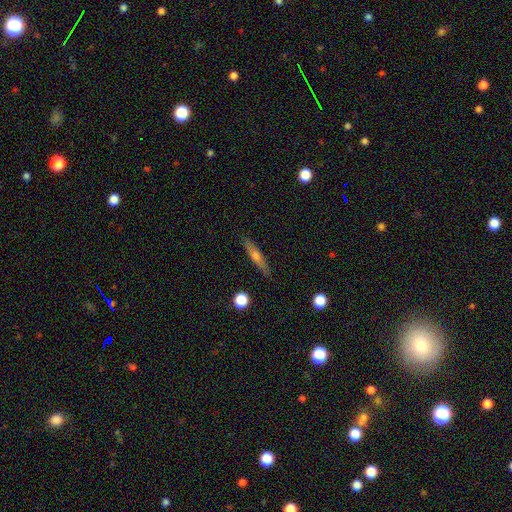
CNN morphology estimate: Overall: featured or disk (47%; smooth 46%). Merging: none (88%).